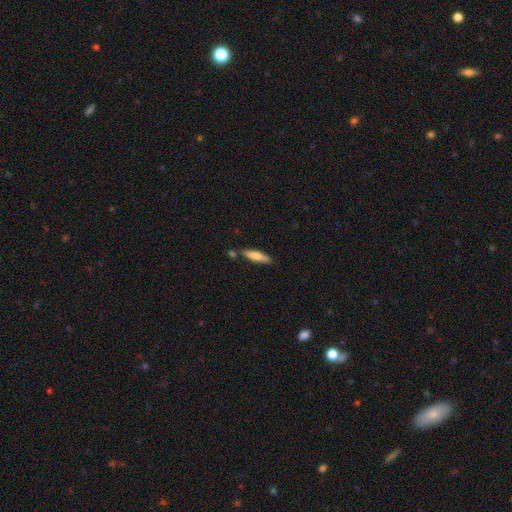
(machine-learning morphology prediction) smooth 75%, featured or disk 19%, star or artifact 6%. Down the decision tree: how rounded — cigar-shaped (73%); merging — none (75%).